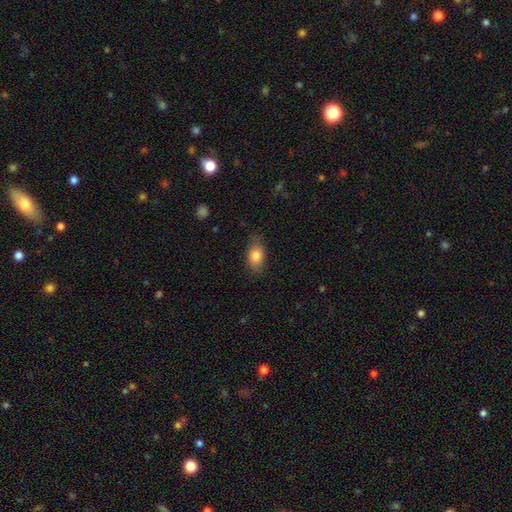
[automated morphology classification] Q: Smooth or featured?
A: smooth (82%); runner-up: featured or disk (10%)
Q: How rounded?
A: in between (85%); runner-up: round (12%)
Q: Merging?
A: none (77%); runner-up: minor disturbance (18%)